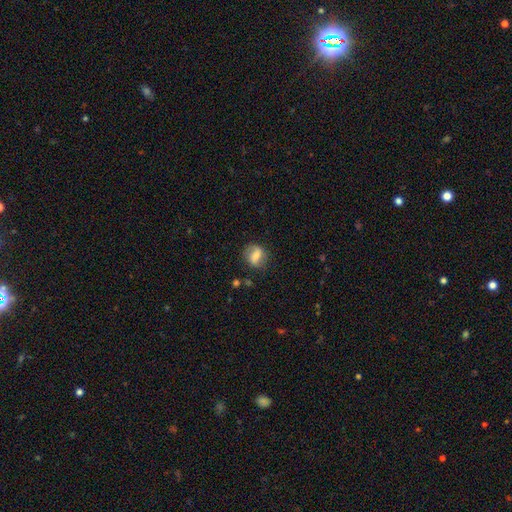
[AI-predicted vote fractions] Q: Smooth or featured?
A: smooth (57%); runner-up: featured or disk (34%)
Q: How rounded?
A: round (54%); runner-up: in between (43%)
Q: Merging?
A: none (74%); runner-up: minor disturbance (18%)